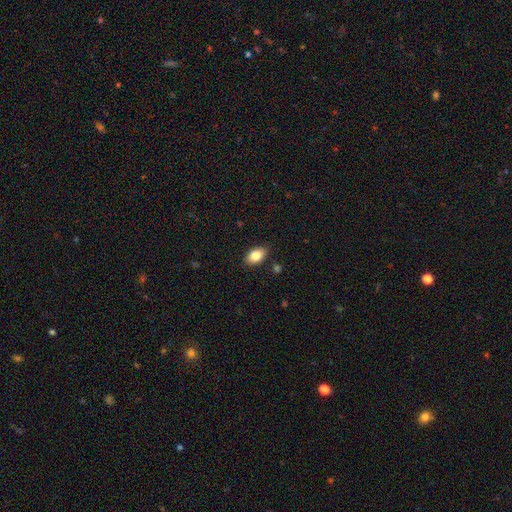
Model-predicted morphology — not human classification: Smooth or featured?
  - smooth: 84% *
  - featured or disk: 9%
  - star or artifact: 8%
How rounded?
  - in between: 90% *
  - round: 8%
  - cigar-shaped: 2%
Merging?
  - none: 84% *
  - minor disturbance: 12%
  - major disturbance: 2%
  - merger: 2%